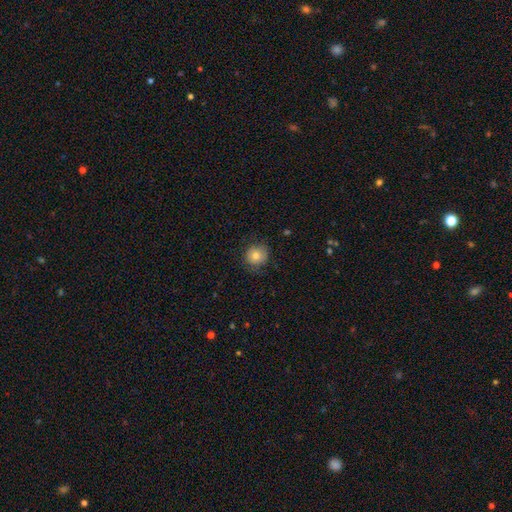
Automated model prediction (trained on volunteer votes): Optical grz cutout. It shows a smooth galaxy with no disk features (80%) that is round (88%). Merging: none (78%).